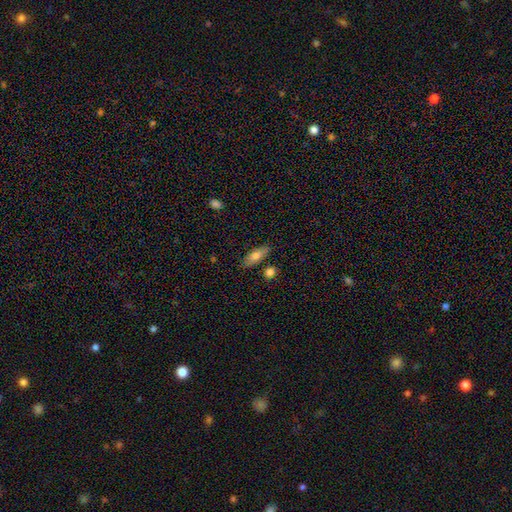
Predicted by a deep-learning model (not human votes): A smooth galaxy with no disk features (73%) that is in between round and cigar-shaped (67%).

Vote fractions:
- Smooth or featured? smooth: 73% / featured or disk: 20% / star or artifact: 7%
- How rounded? in between: 67% / cigar-shaped: 30% / round: 3%
- Merging? none: 80% / minor disturbance: 12% / merger: 5% / major disturbance: 3%